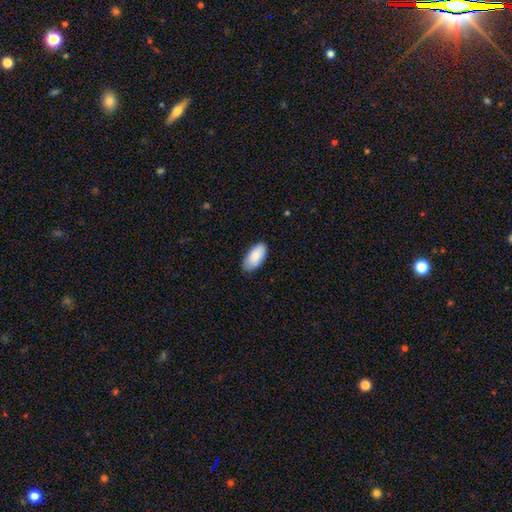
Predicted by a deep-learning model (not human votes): Smooth or featured? Predicted: smooth (p=0.87). How rounded? Predicted: in between (p=0.94). Merging? Predicted: none (p=0.82).